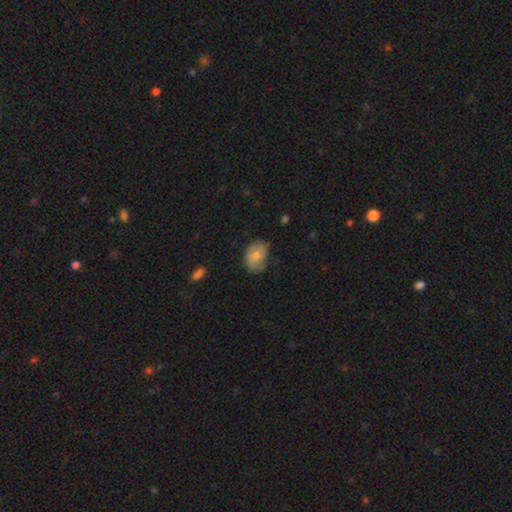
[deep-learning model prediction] The model was most divided on "merging": none: 60%, minor disturbance: 29%, major disturbance: 9%, merger: 2%. More confident: how rounded — in between (71%); smooth or featured — smooth (63%).